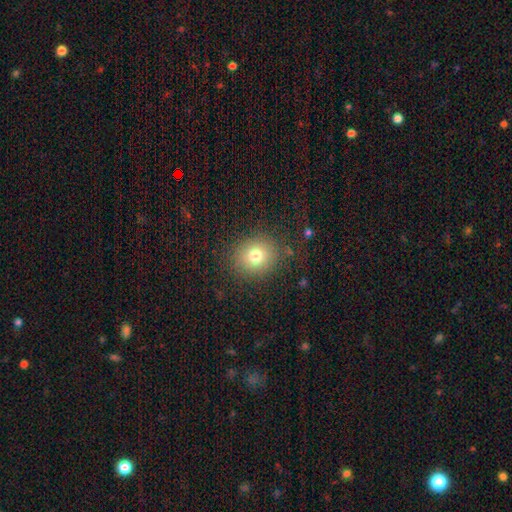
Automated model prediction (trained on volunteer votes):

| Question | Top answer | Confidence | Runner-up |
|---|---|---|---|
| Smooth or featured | smooth | 75% | star or artifact (14%) |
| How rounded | round | 78% | in between (21%) |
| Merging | none | 84% | minor disturbance (10%) |